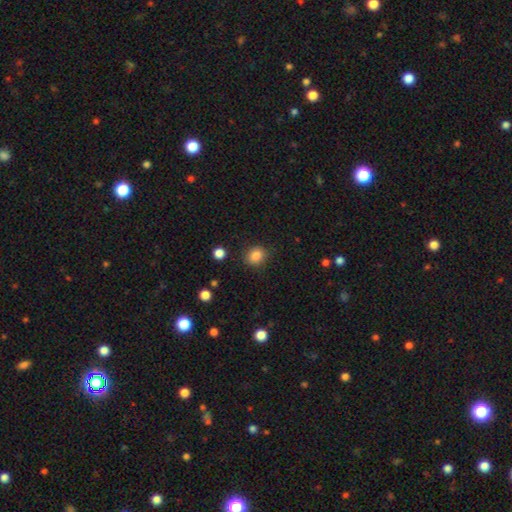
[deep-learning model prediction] This appears to be a smooth galaxy with no disk features (85%) that is round (68%). Merging: none (86%).